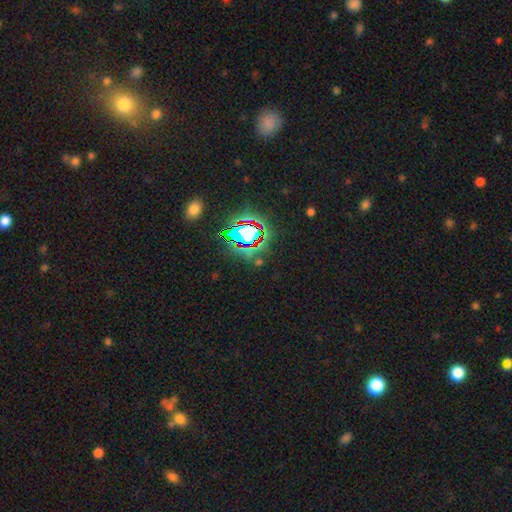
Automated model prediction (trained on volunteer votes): smooth_or_featured: star or artifact (p=0.80) [alt: smooth p=0.12]